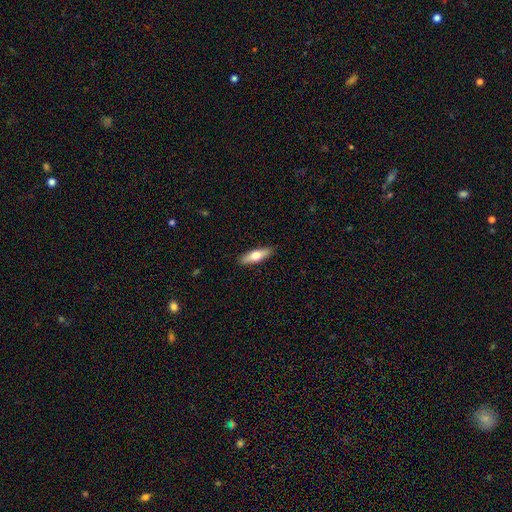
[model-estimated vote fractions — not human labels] The model was most divided on "how rounded": cigar-shaped: 53%, in between: 45%, round: 2%. More confident: merging — none (90%); smooth or featured — smooth (60%).